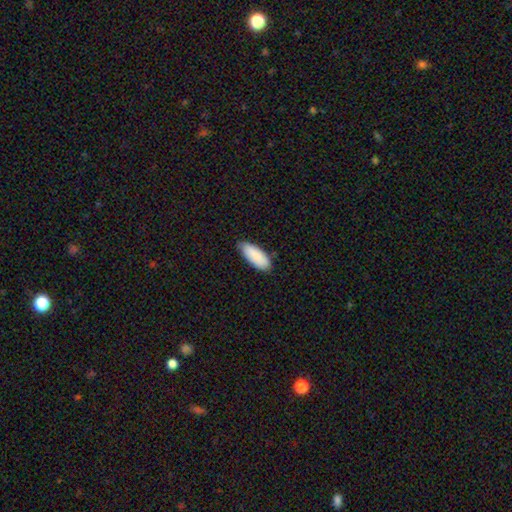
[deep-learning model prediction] Q: Smooth or featured?
A: smooth (88%); runner-up: featured or disk (7%)
Q: How rounded?
A: in between (81%); runner-up: cigar-shaped (17%)
Q: Merging?
A: none (74%); runner-up: minor disturbance (22%)